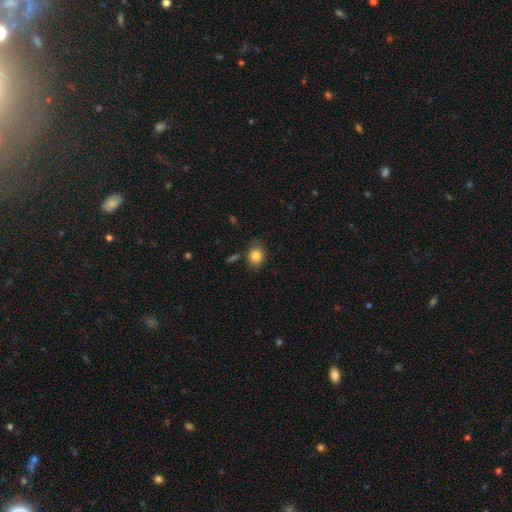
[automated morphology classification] Smooth or featured: smooth — 84% (star or artifact — 10%)
How rounded: round — 60% (in between — 39%)
Merging: none — 80% (minor disturbance — 14%)